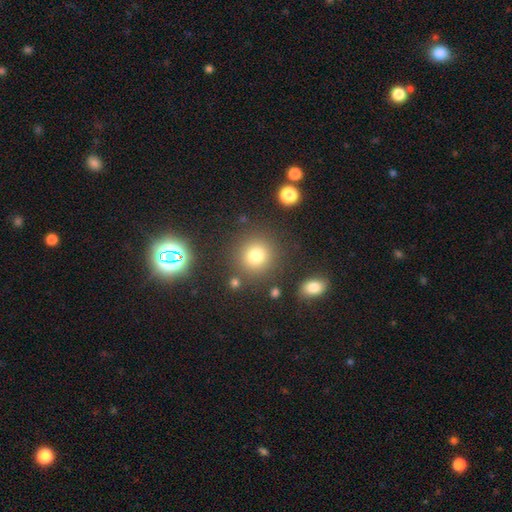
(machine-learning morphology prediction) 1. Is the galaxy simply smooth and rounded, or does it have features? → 77% smooth, 15% star or artifact, 7% featured or disk.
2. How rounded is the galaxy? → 92% round, 7% in between, 1% cigar-shaped.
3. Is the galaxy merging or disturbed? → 84% none, 8% minor disturbance, 5% merger, 4% major disturbance.